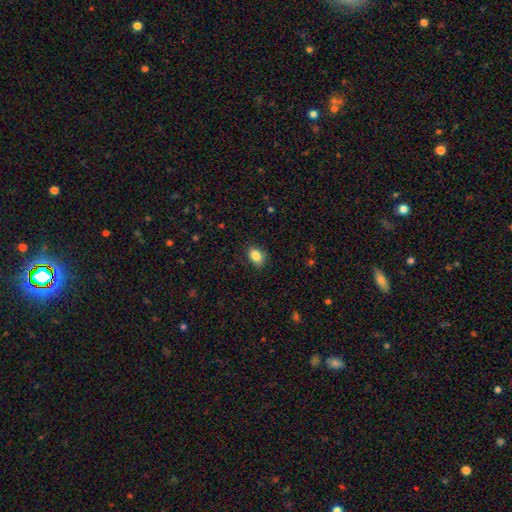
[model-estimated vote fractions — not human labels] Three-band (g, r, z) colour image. It shows a smooth galaxy with no disk features (86%) that is in between round and cigar-shaped (76%). Merging: none (83%).